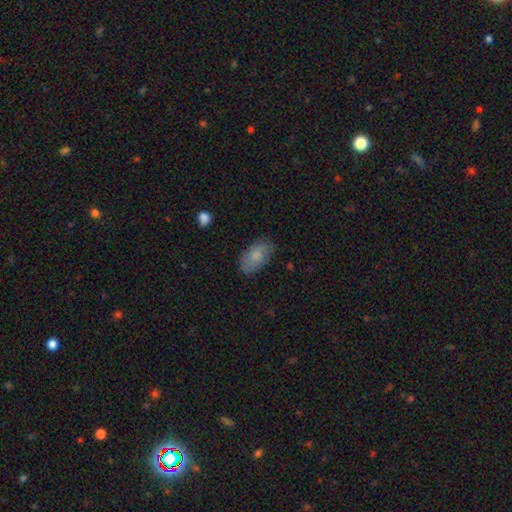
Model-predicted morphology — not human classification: Smooth or featured: smooth — 77% (featured or disk — 16%)
How rounded: in between — 94% (round — 4%)
Merging: none — 80% (minor disturbance — 16%)